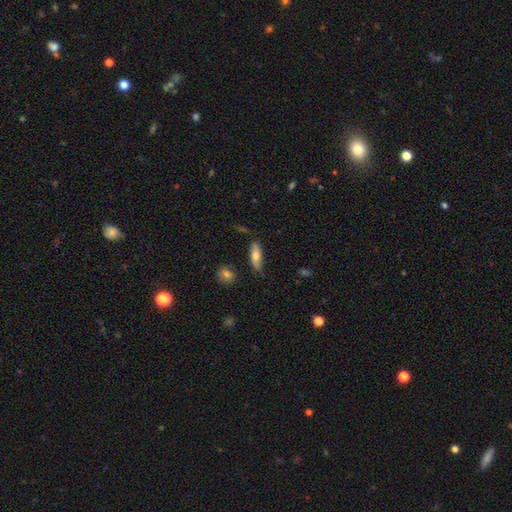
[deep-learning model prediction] A smooth galaxy with no disk features (67%) that is in between round and cigar-shaped (62%). Merging: none (77%).